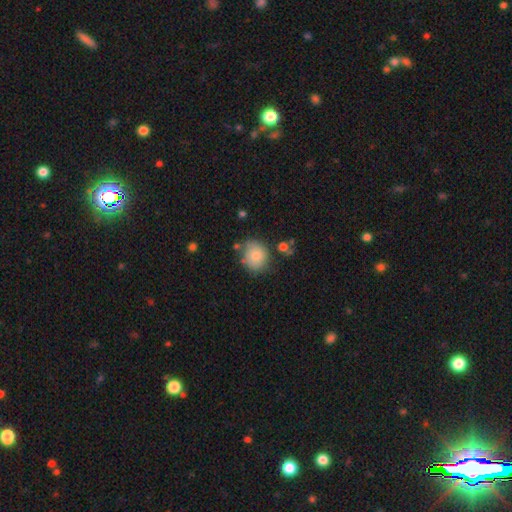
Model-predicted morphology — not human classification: The model was most divided on "merging": none: 67%, minor disturbance: 20%, merger: 7%, major disturbance: 6%. More confident: smooth or featured — smooth (78%); how rounded — round (78%).